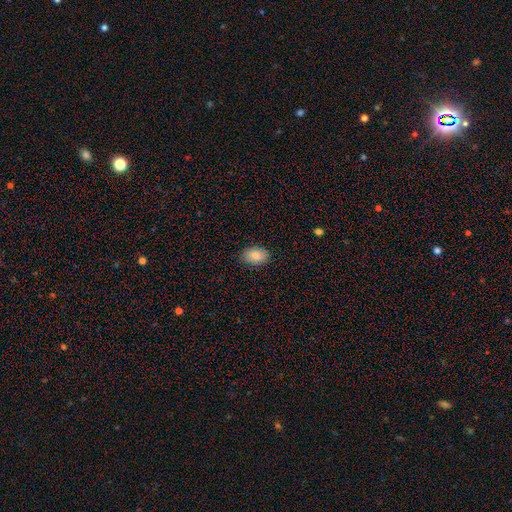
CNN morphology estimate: Q: Smooth or featured?
A: smooth (83%); runner-up: featured or disk (10%)
Q: How rounded?
A: in between (84%); runner-up: round (15%)
Q: Merging?
A: none (88%); runner-up: minor disturbance (9%)